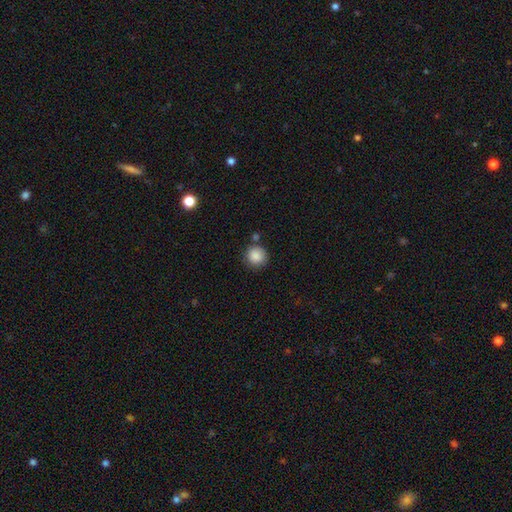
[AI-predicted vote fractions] This is clearly a smooth galaxy (88%). How rounded: clearly round (92%). Merging: likely none (79%).